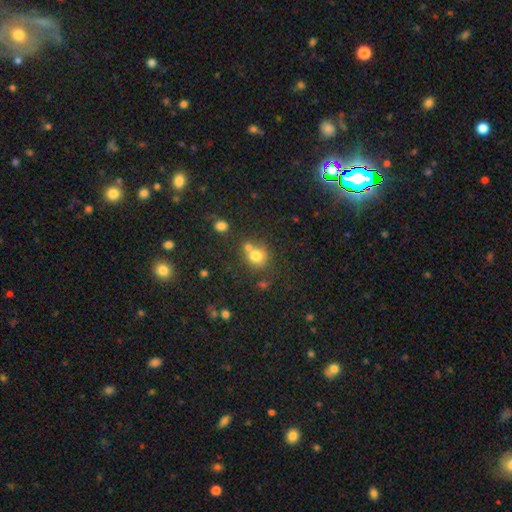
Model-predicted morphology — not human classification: smooth-or-featured: smooth: 75% | star or artifact: 14% | featured or disk: 11%
  how-rounded: round: 79% | in between: 20% | cigar-shaped: 1%
  merging: none: 51% | merger: 33% | minor disturbance: 11% | major disturbance: 5%